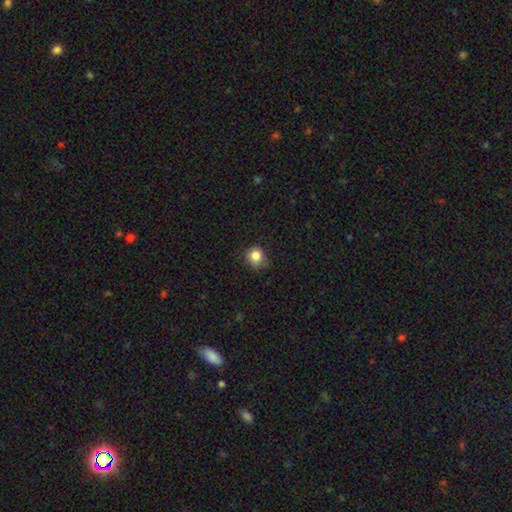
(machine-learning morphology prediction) Smooth or featured: smooth — 84% (star or artifact — 11%)
How rounded: round — 84% (in between — 15%)
Merging: none — 76% (minor disturbance — 19%)